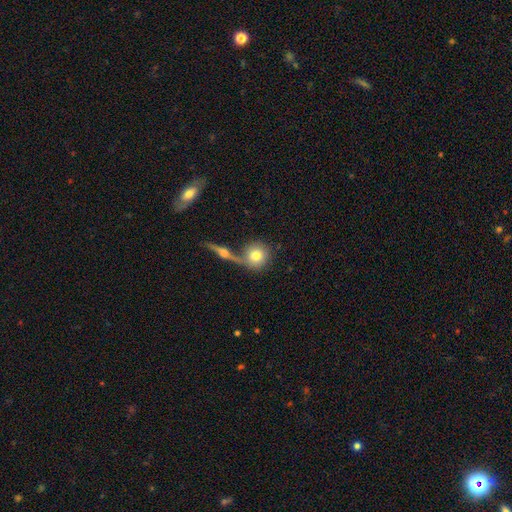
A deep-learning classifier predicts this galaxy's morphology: Smooth or featured?
  - smooth: 75% *
  - featured or disk: 17%
  - star or artifact: 7%
How rounded?
  - round: 88% *
  - in between: 10%
  - cigar-shaped: 2%
Merging?
  - none: 52% *
  - merger: 34%
  - minor disturbance: 9%
  - major disturbance: 5%